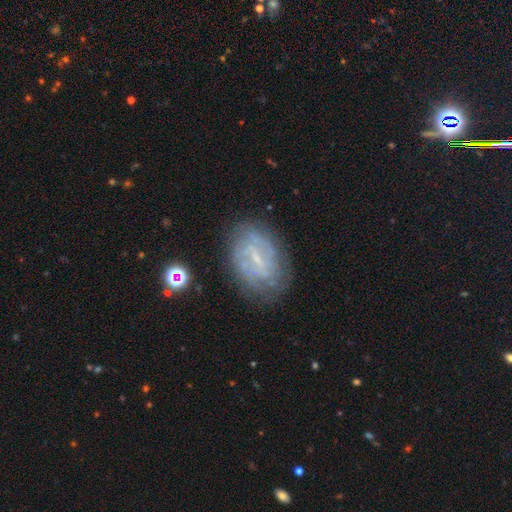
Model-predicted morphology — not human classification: Smooth or featured? featured or disk (63%)
Edge-on disk? no (94%)
Bar? weak (47%)
Spiral arms? yes (74%)
Bulge size? small (69%)
Merging? none (76%)